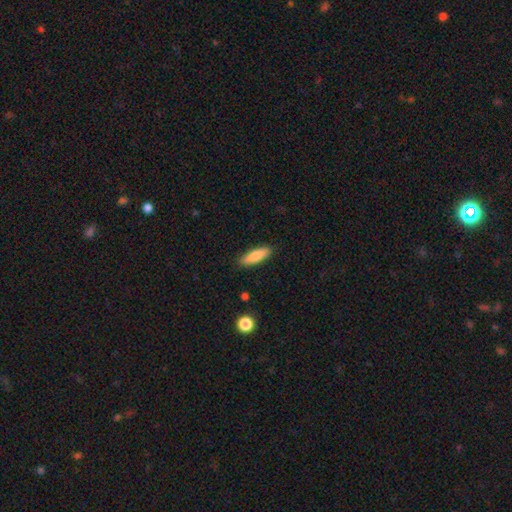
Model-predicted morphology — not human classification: A smooth galaxy with no disk features (80%) that is cigar-shaped (50%).

Vote fractions:
- Smooth or featured? smooth: 80% / featured or disk: 14% / star or artifact: 6%
- How rounded? cigar-shaped: 50% / in between: 48% / round: 2%
- Merging? none: 88% / minor disturbance: 9% / major disturbance: 2% / merger: 1%